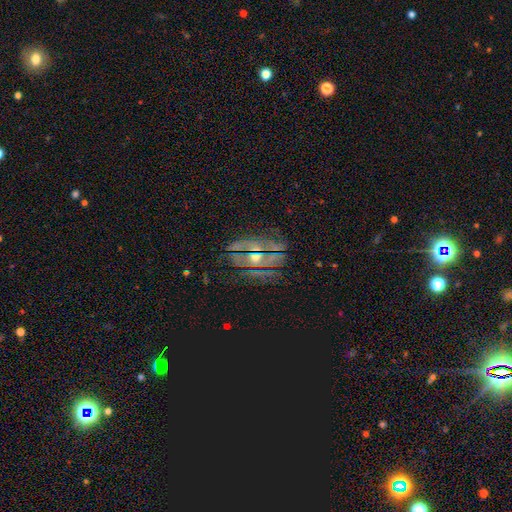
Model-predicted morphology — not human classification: A featured or disk galaxy (45%). Merging: none (72%).